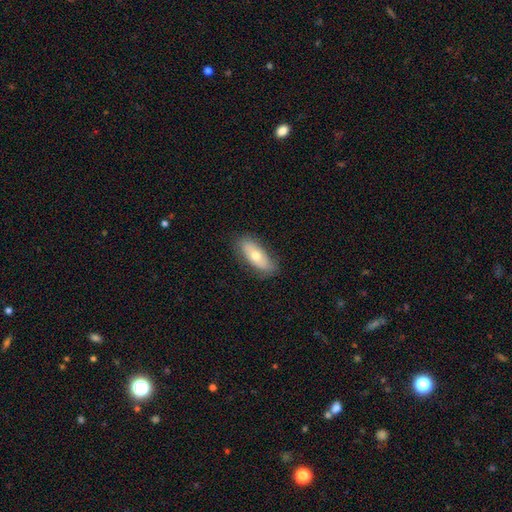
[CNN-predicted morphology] Overall: smooth (66%; featured or disk 28%). How rounded: in between (79%). Merging: none (80%).